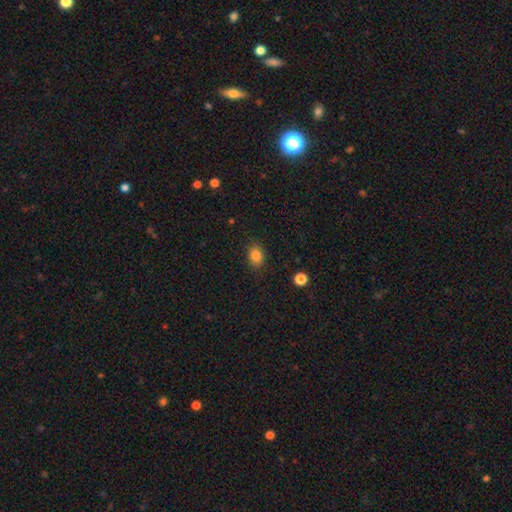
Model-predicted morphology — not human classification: smooth 84%, star or artifact 10%, featured or disk 5%. Down the decision tree: how rounded — in between (70%); merging — none (85%).